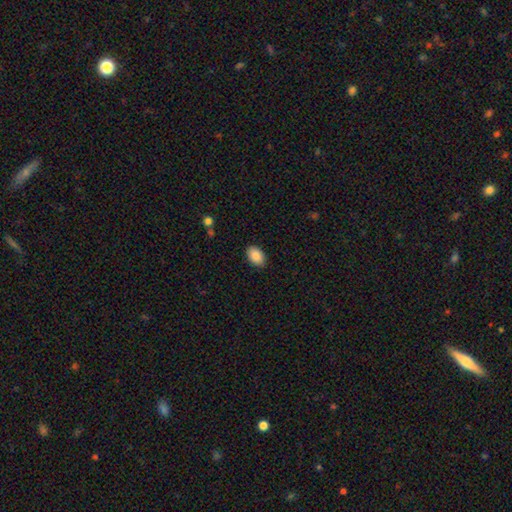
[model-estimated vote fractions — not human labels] This is clearly a smooth galaxy (89%). How rounded: clearly in between (90%). Merging: clearly none (88%).